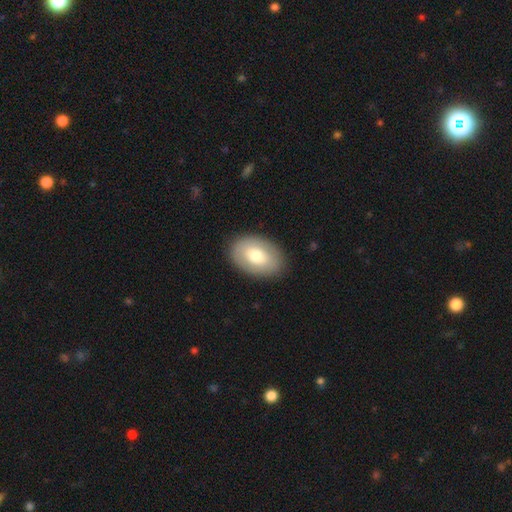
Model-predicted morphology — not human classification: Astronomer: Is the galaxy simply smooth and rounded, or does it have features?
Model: smooth — 70%.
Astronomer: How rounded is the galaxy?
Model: in between — 86%.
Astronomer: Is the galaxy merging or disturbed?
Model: none — 87%.